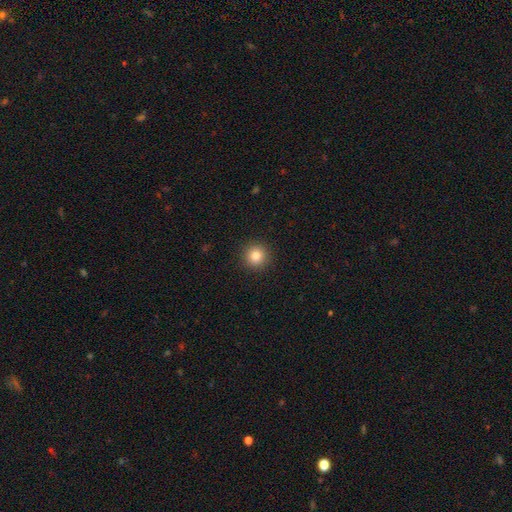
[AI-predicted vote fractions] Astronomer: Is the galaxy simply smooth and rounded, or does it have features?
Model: smooth — 83%.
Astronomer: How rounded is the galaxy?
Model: round — 95%.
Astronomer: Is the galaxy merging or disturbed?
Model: none — 92%.